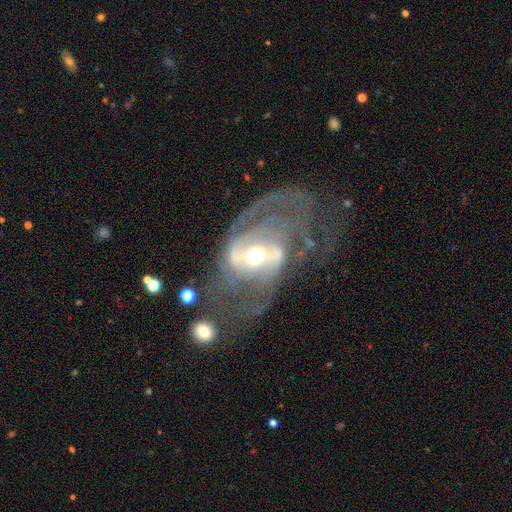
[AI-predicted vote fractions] The model was most divided on "bar": weak: 39%, no: 37%, strong: 24%. Remaining: edge-on disk — no (96%); spiral arms — yes (88%); smooth or featured — featured or disk (85%); bulge size — moderate (70%); spiral arm count — 2 (68%); spiral winding — medium (46%); merging — none (40%).